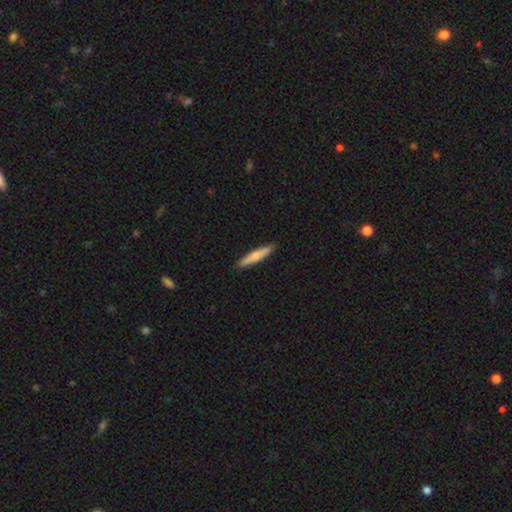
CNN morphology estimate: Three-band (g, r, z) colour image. It shows a smooth galaxy with no disk features (69%) that is cigar-shaped (90%). Merging: none (90%).